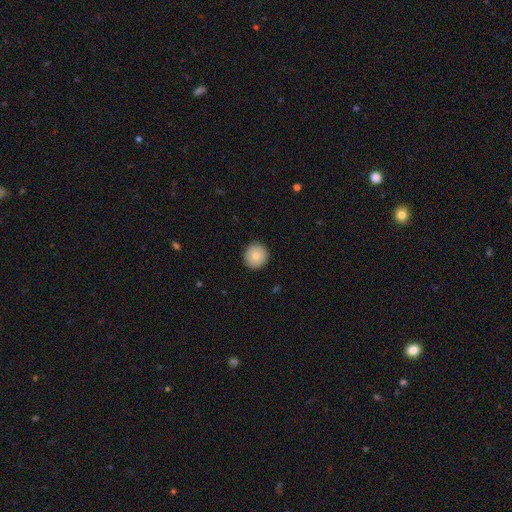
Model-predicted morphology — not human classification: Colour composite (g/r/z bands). It shows a smooth galaxy with no disk features (79%) that is round (94%). Merging: none (92%).